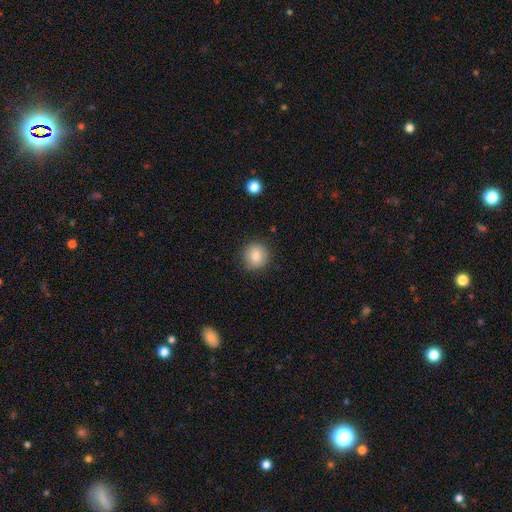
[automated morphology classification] Overall: smooth (84%). How rounded: round (91%). Merging: none (88%).